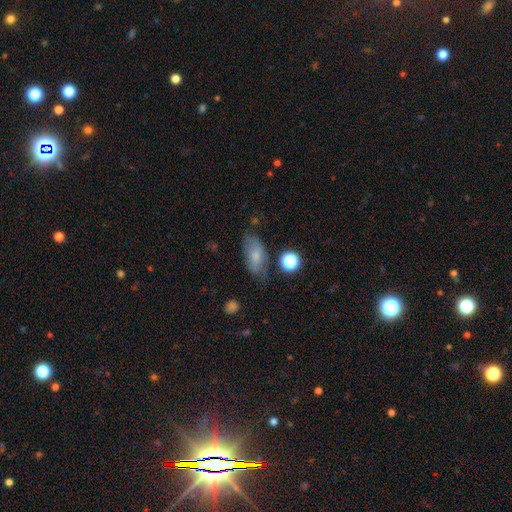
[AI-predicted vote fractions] smooth-or-featured: smooth: 67% | featured or disk: 23% | star or artifact: 10%
  how-rounded: in between: 85% | cigar-shaped: 9% | round: 6%
  merging: none: 60% | minor disturbance: 26% | major disturbance: 10% | merger: 4%